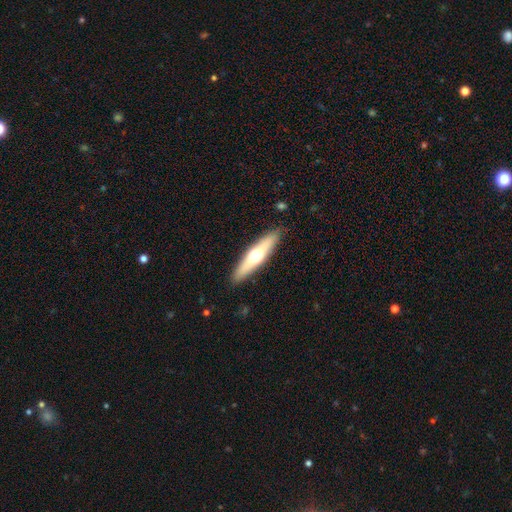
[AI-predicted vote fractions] smooth_or_featured: featured or disk (p=0.51) [alt: smooth p=0.44]
disk_edge_on: yes (p=0.91) [alt: no p=0.09]
merging: none (p=0.90) [alt: minor disturbance p=0.07]